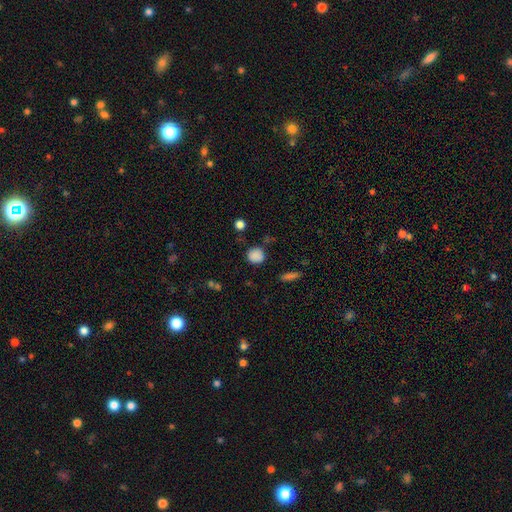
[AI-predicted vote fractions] A smooth galaxy with no disk features (85%) that is round (86%).

Vote fractions:
- Smooth or featured? smooth: 85% / star or artifact: 11% / featured or disk: 4%
- How rounded? round: 86% / in between: 13% / cigar-shaped: 1%
- Merging? none: 78% / minor disturbance: 14% / major disturbance: 4% / merger: 4%